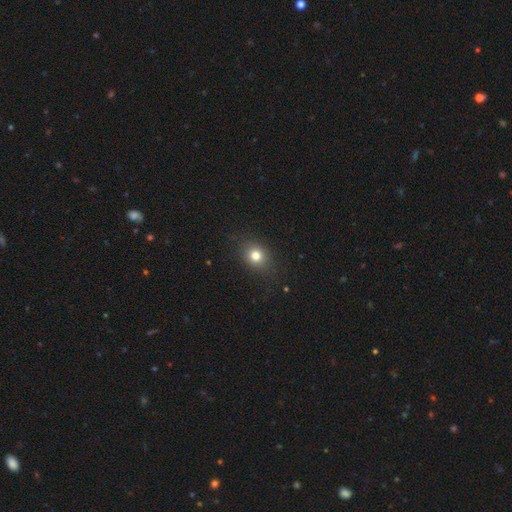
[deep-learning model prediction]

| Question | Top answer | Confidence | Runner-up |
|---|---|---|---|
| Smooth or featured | smooth | 77% | star or artifact (14%) |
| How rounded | round | 63% | in between (36%) |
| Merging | none | 84% | minor disturbance (11%) |